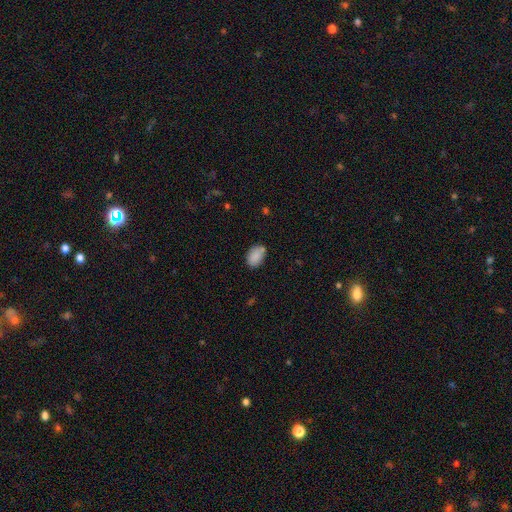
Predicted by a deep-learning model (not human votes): Overall: smooth (86%). How rounded: in between (86%). Merging: none (70%).